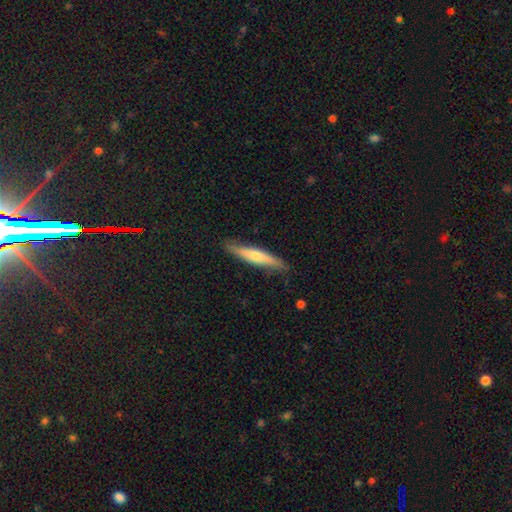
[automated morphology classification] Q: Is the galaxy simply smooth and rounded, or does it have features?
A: smooth — 51%.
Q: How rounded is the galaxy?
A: cigar-shaped — 90%.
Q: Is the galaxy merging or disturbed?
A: none — 84%.